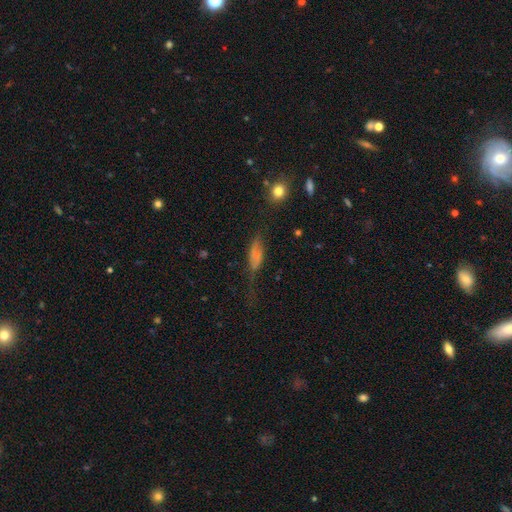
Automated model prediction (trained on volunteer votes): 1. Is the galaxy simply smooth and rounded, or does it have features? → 61% smooth, 25% featured or disk, 13% star or artifact.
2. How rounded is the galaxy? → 53% in between, 43% cigar-shaped, 5% round.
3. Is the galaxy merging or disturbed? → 35% none, 32% major disturbance, 28% minor disturbance, 5% merger.